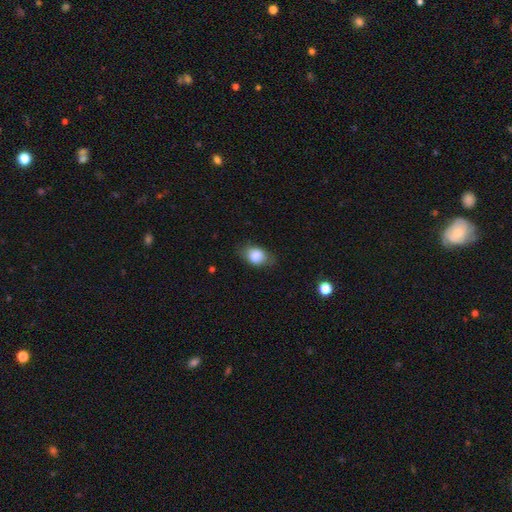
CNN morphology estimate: smooth_or_featured: smooth (p=0.82) [alt: featured or disk p=0.10]
how_rounded: in between (p=0.78) [alt: round p=0.21]
merging: none (p=0.72) [alt: minor disturbance p=0.20]